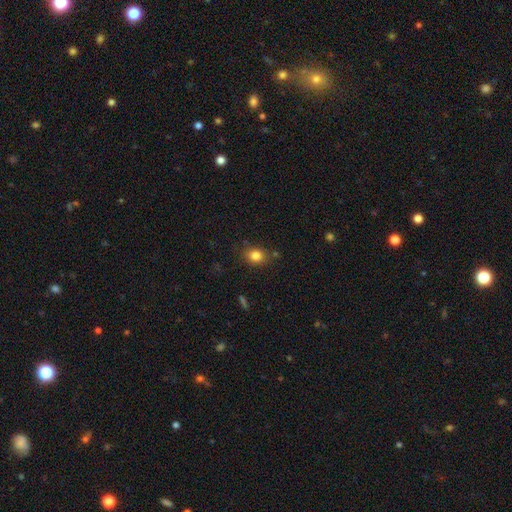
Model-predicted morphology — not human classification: Smooth or featured? Predicted: smooth (p=0.82). How rounded? Predicted: round (p=0.53). Merging? Predicted: none (p=0.79).